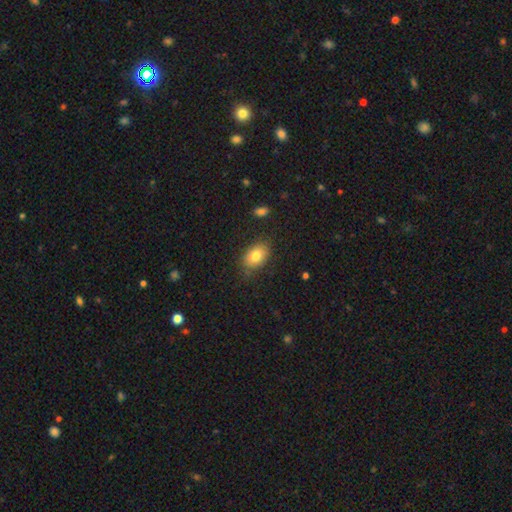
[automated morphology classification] Q: Smooth or featured?
A: smooth (80%); runner-up: featured or disk (11%)
Q: How rounded?
A: in between (83%); runner-up: round (15%)
Q: Merging?
A: none (77%); runner-up: minor disturbance (17%)